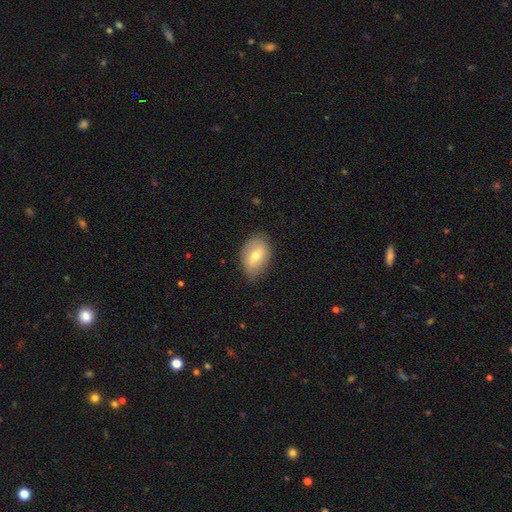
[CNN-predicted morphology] smooth_or_featured: smooth (p=0.63) [alt: featured or disk p=0.30]
how_rounded: in between (p=0.86) [alt: round p=0.13]
merging: none (p=0.79) [alt: minor disturbance p=0.17]